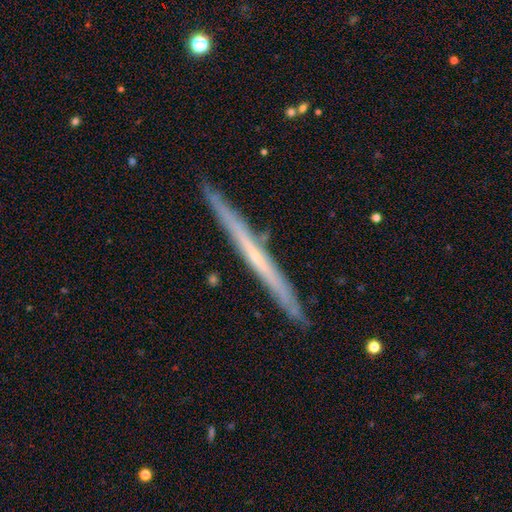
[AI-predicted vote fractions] A featured or disk galaxy (64%) viewed edge-on (97%) with no central bulge (79%).

Vote fractions:
- Smooth or featured? featured or disk: 64% / smooth: 29% / star or artifact: 6%
- Edge-on disk? yes: 97% / no: 3%
- Edge-on bulge? none: 79% / rounded: 18% / boxy: 3%
- Merging? none: 90% / minor disturbance: 7% / merger: 1% / major disturbance: 1%